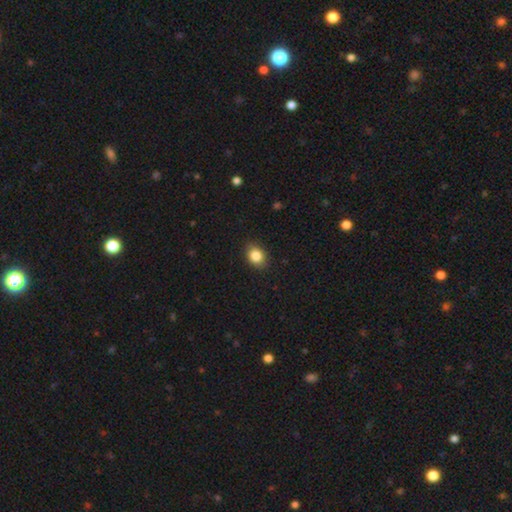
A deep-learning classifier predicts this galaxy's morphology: A smooth galaxy with no disk features (85%) that is in between round and cigar-shaped (57%).

Vote fractions:
- Smooth or featured? smooth: 85% / star or artifact: 9% / featured or disk: 5%
- How rounded? in between: 57% / round: 42% / cigar-shaped: 1%
- Merging? none: 87% / minor disturbance: 10% / major disturbance: 2% / merger: 1%